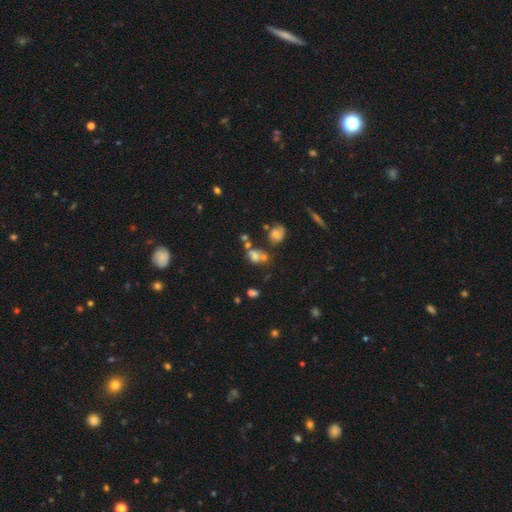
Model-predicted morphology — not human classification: Smooth or featured? smooth (61%)
How rounded? in between (54%)
Merging? merger (42%)